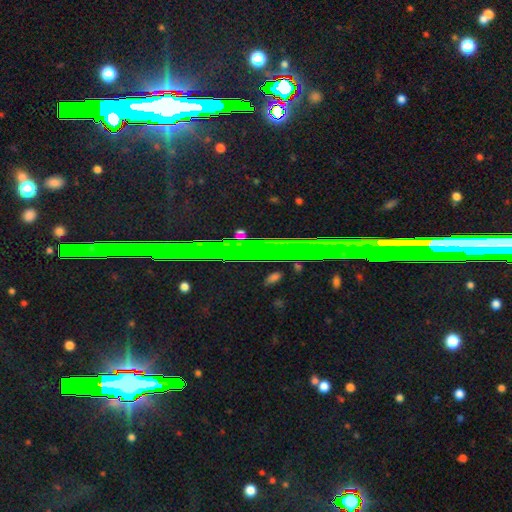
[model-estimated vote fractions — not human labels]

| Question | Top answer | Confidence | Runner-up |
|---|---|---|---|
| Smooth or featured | star or artifact | 75% | featured or disk (13%) |